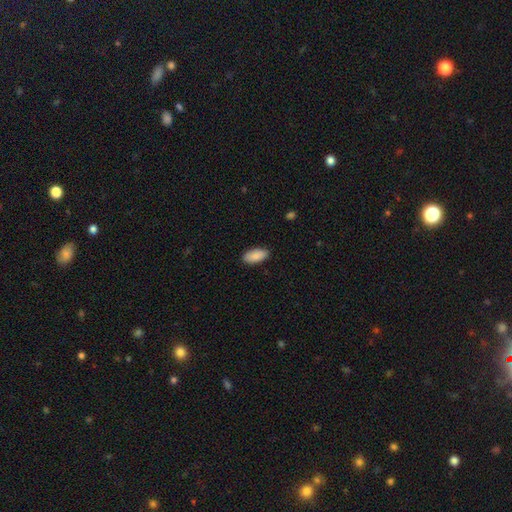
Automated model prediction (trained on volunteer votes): This appears to be a smooth galaxy with no disk features (88%) that is in between round and cigar-shaped (91%). Merging: none (86%).